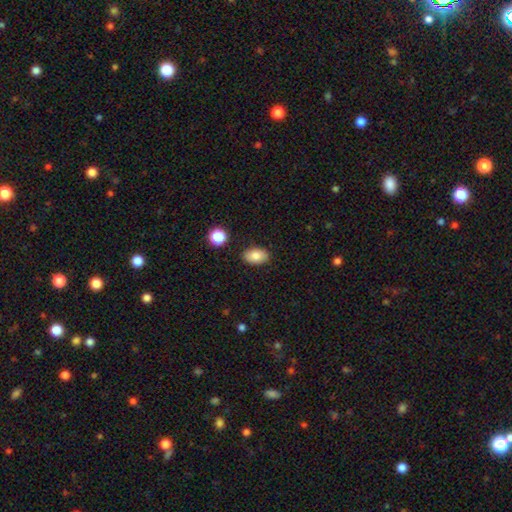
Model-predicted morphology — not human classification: A smooth galaxy with no disk features (83%) that is in between round and cigar-shaped (90%).

Vote fractions:
- Smooth or featured? smooth: 83% / featured or disk: 8% / star or artifact: 8%
- How rounded? in between: 90% / round: 9% / cigar-shaped: 1%
- Merging? none: 86% / minor disturbance: 9% / major disturbance: 2% / merger: 2%